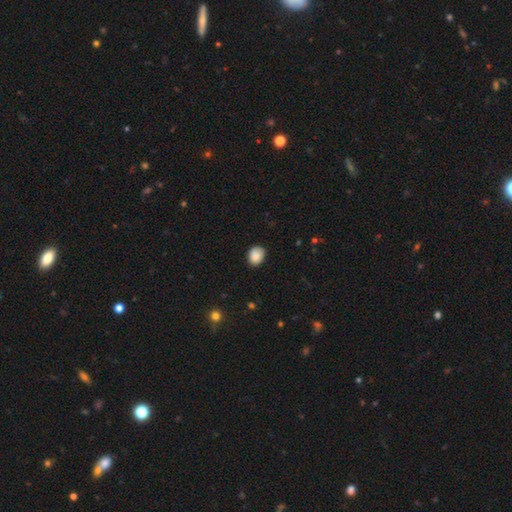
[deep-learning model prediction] This appears to be a smooth galaxy with no disk features (88%) that is in between round and cigar-shaped (53%). Merging: none (81%).